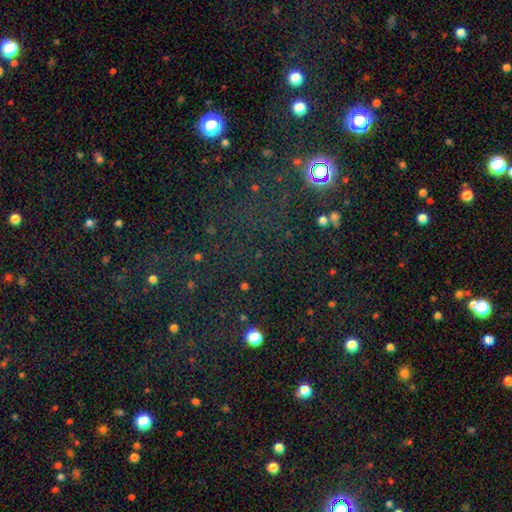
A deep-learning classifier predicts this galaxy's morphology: This is likely a star or artifact rather than a galaxy (68%).